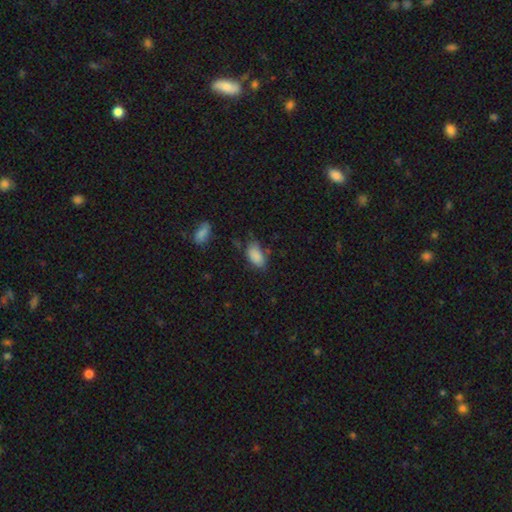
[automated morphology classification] This appears to be a smooth galaxy with no disk features (86%) that is in between round and cigar-shaped (93%). Merging: none (58%).